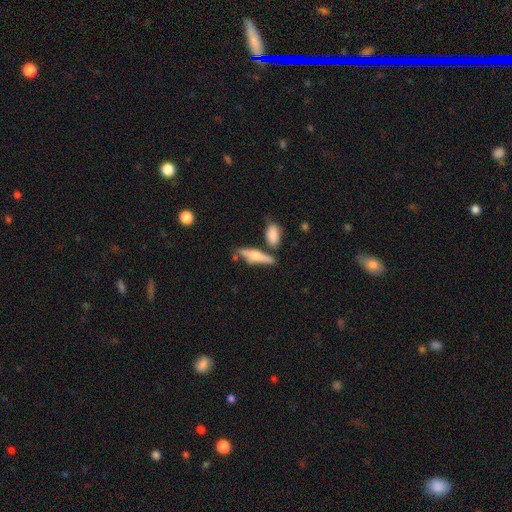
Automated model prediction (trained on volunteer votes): smooth-or-featured: smooth: 49% | featured or disk: 44% | star or artifact: 7%
  merging: none: 64% | minor disturbance: 16% | merger: 14% | major disturbance: 5%